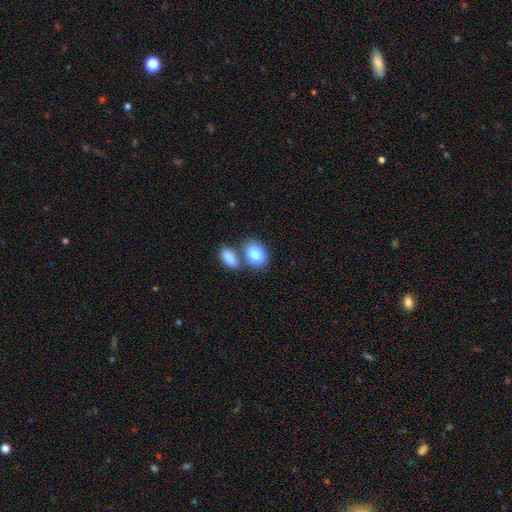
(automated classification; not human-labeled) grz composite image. It shows a smooth galaxy with no disk features (83%) that is in between round and cigar-shaped (73%). Merging: none (45%).